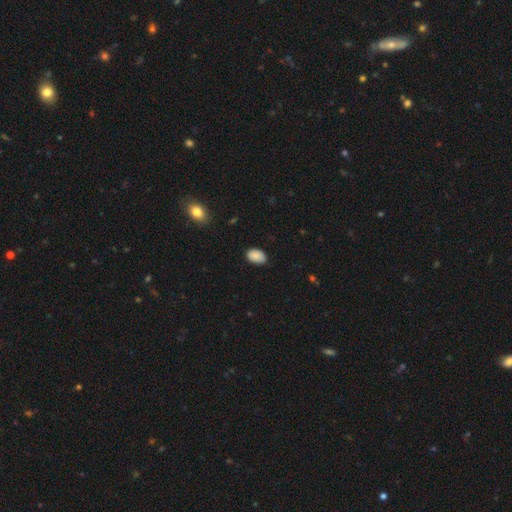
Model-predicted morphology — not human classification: This appears to be a smooth galaxy with no disk features (88%) that is in between round and cigar-shaped (90%). Merging: none (81%).